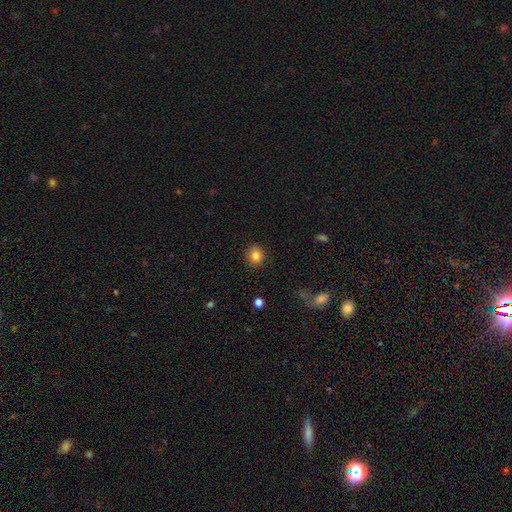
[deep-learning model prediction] smooth 83%, star or artifact 10%, featured or disk 6%. Down the decision tree: how rounded — round (71%); merging — none (89%).